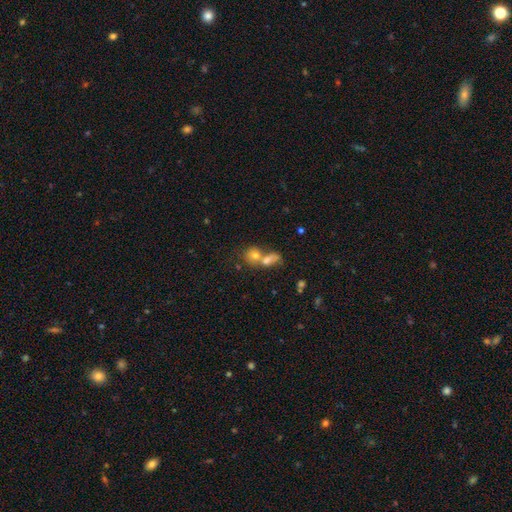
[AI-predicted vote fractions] Smooth or featured? Predicted: smooth (p=0.65). How rounded? Predicted: round (p=0.62). Merging? Predicted: merger (p=0.56).